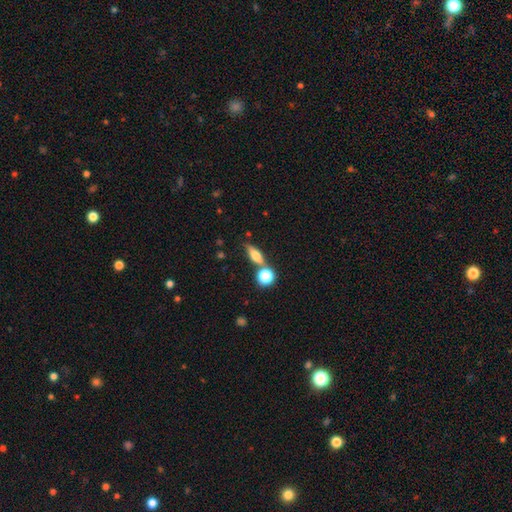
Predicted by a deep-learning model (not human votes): Overall: smooth (57%; featured or disk 32%). How rounded: in between (47%; cigar-shaped 39%). Merging: none (66%).